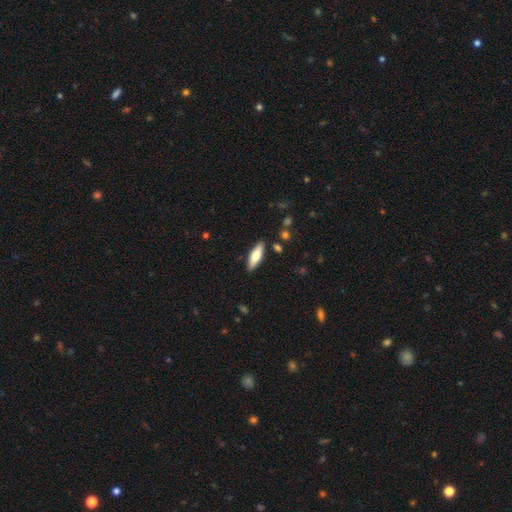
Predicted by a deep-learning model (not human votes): The model was most divided on "how rounded": cigar-shaped: 51%, in between: 48%, round: 2%. More confident: merging — none (88%); smooth or featured — smooth (63%).